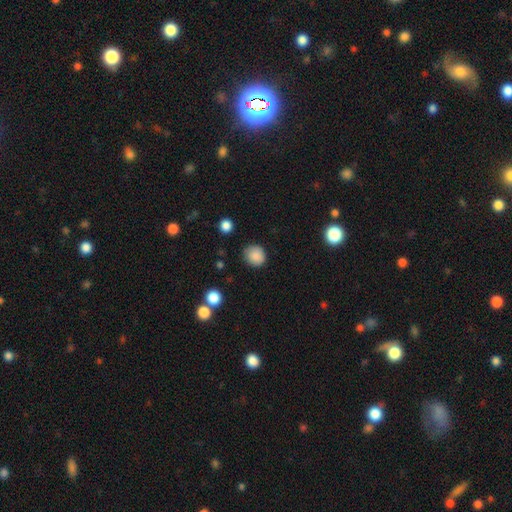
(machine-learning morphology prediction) Smooth or featured?
  - smooth: 87% *
  - star or artifact: 9%
  - featured or disk: 4%
How rounded?
  - round: 83% *
  - in between: 16%
  - cigar-shaped: 1%
Merging?
  - none: 82% *
  - minor disturbance: 13%
  - major disturbance: 3%
  - merger: 2%